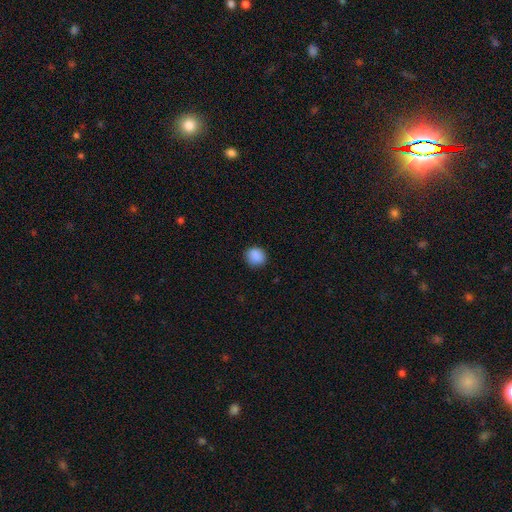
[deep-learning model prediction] Overall: smooth (89%). How rounded: round (80%). Merging: none (87%).